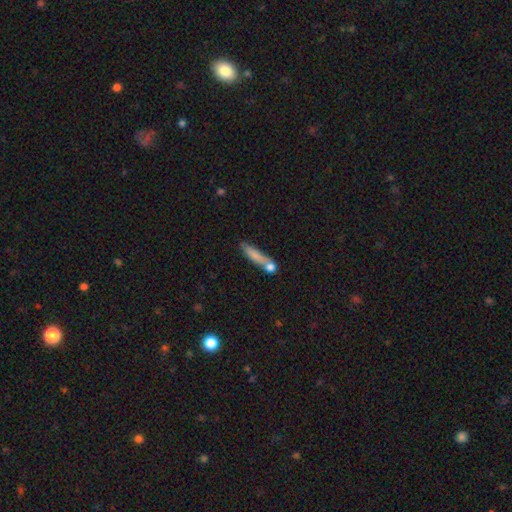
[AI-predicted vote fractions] smooth 71%, featured or disk 21%, star or artifact 9%. Down the decision tree: how rounded — cigar-shaped (78%); merging — none (48%).